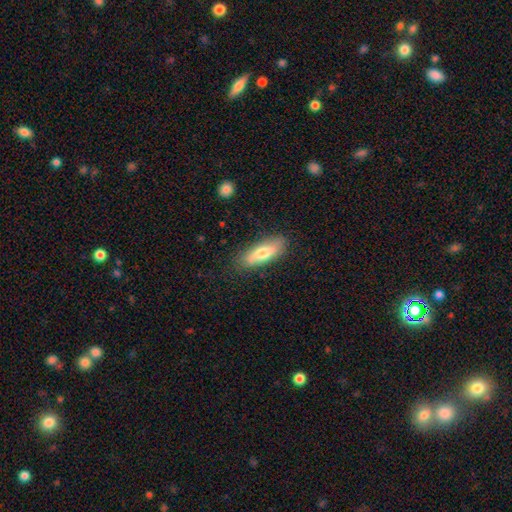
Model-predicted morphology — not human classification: smooth_or_featured: smooth (p=0.71) [alt: featured or disk p=0.23]
how_rounded: in between (p=0.53) [alt: cigar-shaped p=0.45]
merging: none (p=0.83) [alt: minor disturbance p=0.13]